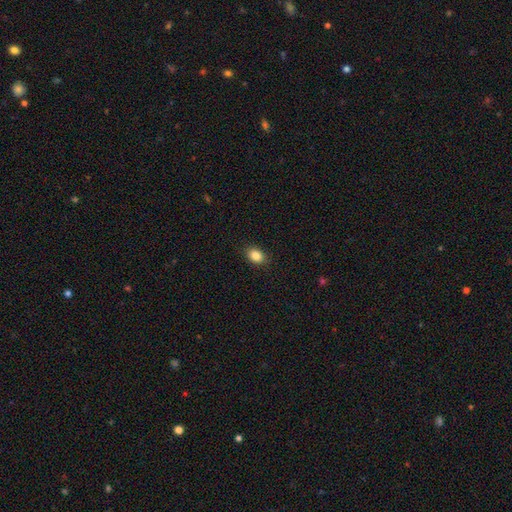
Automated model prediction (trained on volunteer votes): smooth 85%, star or artifact 9%, featured or disk 6%. Down the decision tree: how rounded — in between (73%); merging — none (89%).